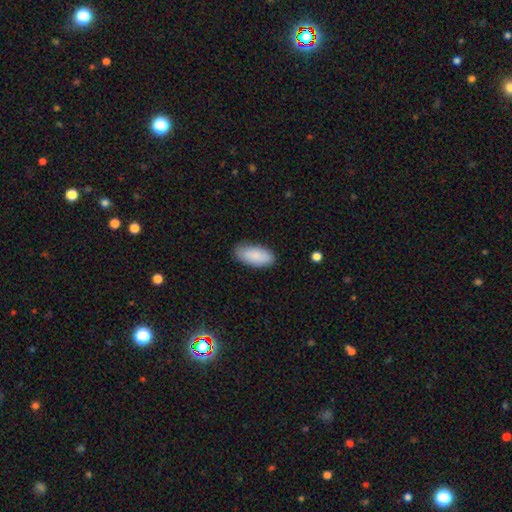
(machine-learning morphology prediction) A smooth galaxy with no disk features (85%) that is in between round and cigar-shaped (93%).

Vote fractions:
- Smooth or featured? smooth: 85% / featured or disk: 9% / star or artifact: 6%
- How rounded? in between: 93% / cigar-shaped: 6% / round: 2%
- Merging? none: 79% / minor disturbance: 16% / major disturbance: 3% / merger: 1%